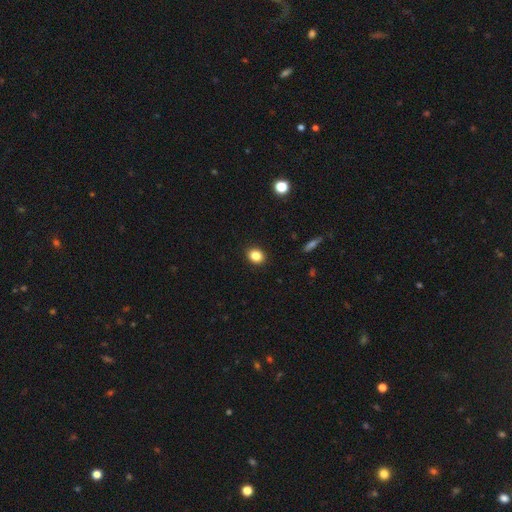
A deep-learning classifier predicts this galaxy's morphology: Smooth or featured?
  - smooth: 84% *
  - star or artifact: 11%
  - featured or disk: 5%
How rounded?
  - round: 60% *
  - in between: 39%
  - cigar-shaped: 1%
Merging?
  - none: 91% *
  - minor disturbance: 6%
  - major disturbance: 2%
  - merger: 1%